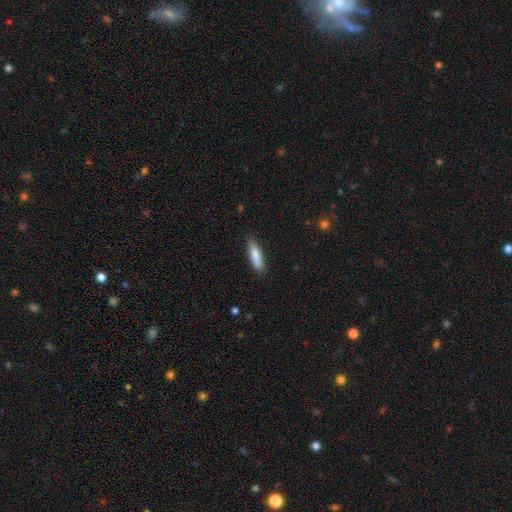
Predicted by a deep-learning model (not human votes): Morphology: type=smooth (83%); roundness=cigar-shaped (70%); merging=none (83%).